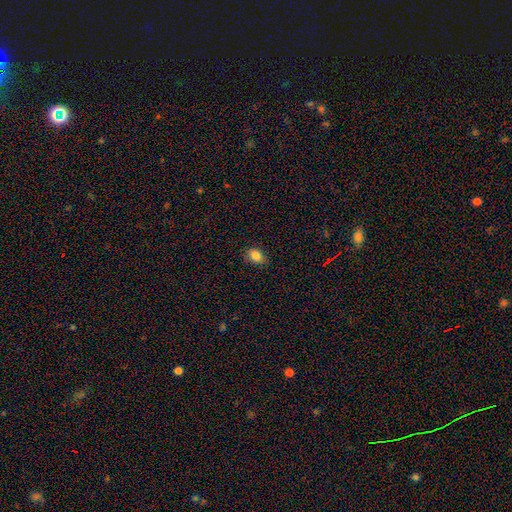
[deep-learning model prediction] Smooth or featured? smooth (85%)
How rounded? in between (74%)
Merging? none (83%)